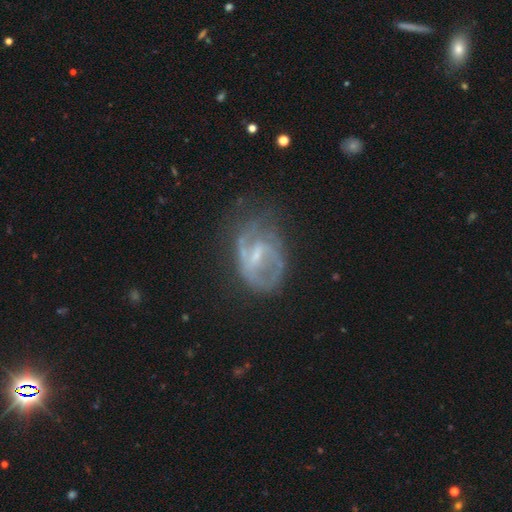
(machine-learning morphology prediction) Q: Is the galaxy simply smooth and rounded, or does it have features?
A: featured or disk — 76%.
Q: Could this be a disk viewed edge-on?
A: no — 97%.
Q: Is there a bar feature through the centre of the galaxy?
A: weak — 54%.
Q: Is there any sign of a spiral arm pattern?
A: yes — 77%.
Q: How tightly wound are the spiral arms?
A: medium — 45%.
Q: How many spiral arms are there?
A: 2 — 51%.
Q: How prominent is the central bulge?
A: small — 62%.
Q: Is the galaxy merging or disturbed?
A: none — 45%.